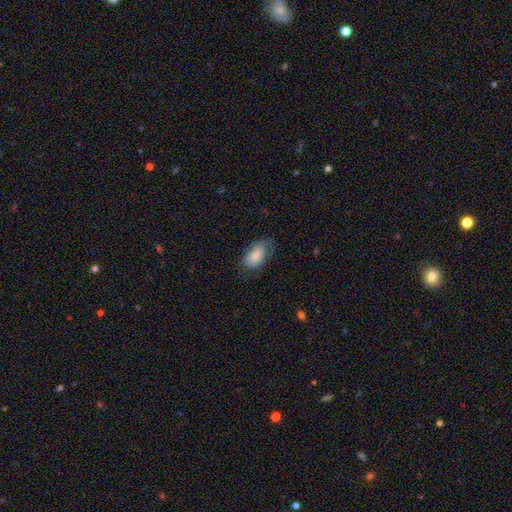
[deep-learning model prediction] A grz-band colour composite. It shows a smooth galaxy with no disk features (81%) that is in between round and cigar-shaped (93%). Merging: none (58%).